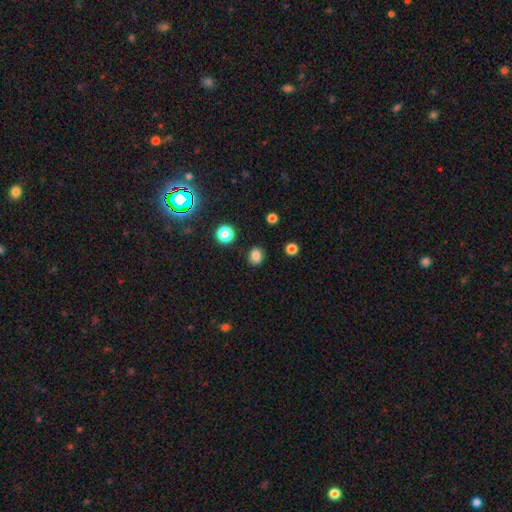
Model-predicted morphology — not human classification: smooth-or-featured: smooth: 82% | star or artifact: 13% | featured or disk: 5%
  how-rounded: round: 62% | in between: 37% | cigar-shaped: 1%
  merging: none: 87% | minor disturbance: 9% | major disturbance: 3% | merger: 2%